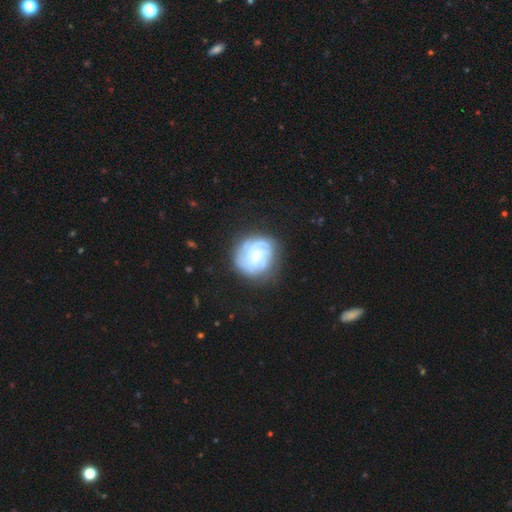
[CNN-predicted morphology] Overall: featured or disk (81%). Edge-on disk: no (98%). Bar: no (66%; weak 28%). Spiral arms: yes (95%). Spiral arm count: 3 (29%, tied with can't tell). Spiral winding: tight (71%). Bulge size: small (51%; moderate 45%). Merging: none (75%).